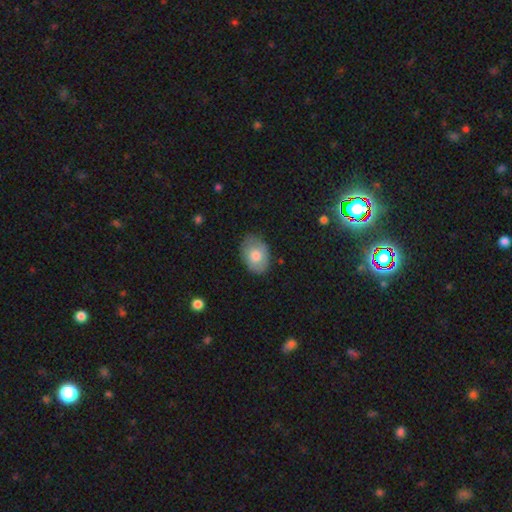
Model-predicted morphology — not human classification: This appears to be a smooth galaxy with no disk features (73%) that is in between round and cigar-shaped (82%). Merging: none (77%).